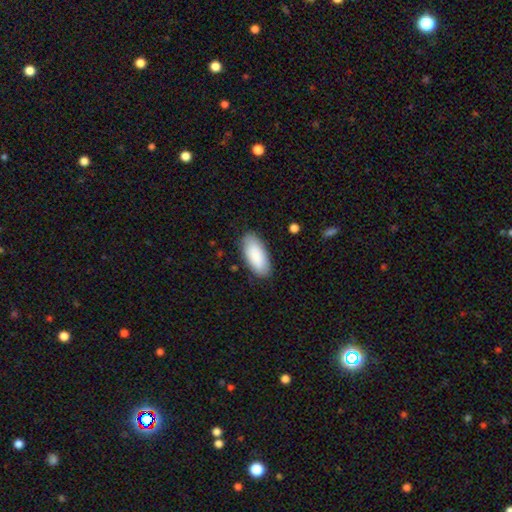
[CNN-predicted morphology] Overall: smooth (88%). How rounded: in between (88%). Merging: none (85%).